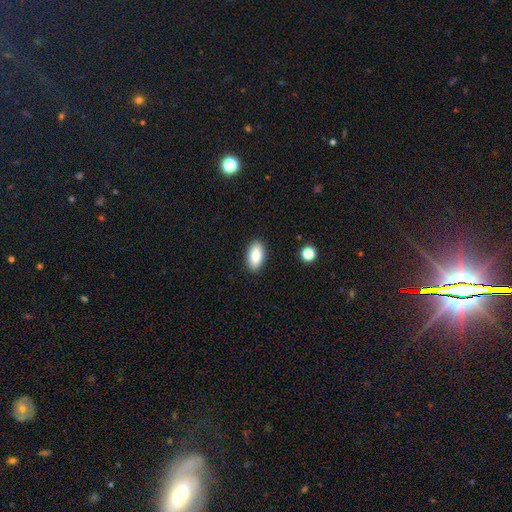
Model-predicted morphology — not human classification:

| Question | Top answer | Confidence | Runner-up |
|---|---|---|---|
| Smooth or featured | smooth | 87% | star or artifact (7%) |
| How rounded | in between | 92% | cigar-shaped (5%) |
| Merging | none | 89% | minor disturbance (8%) |